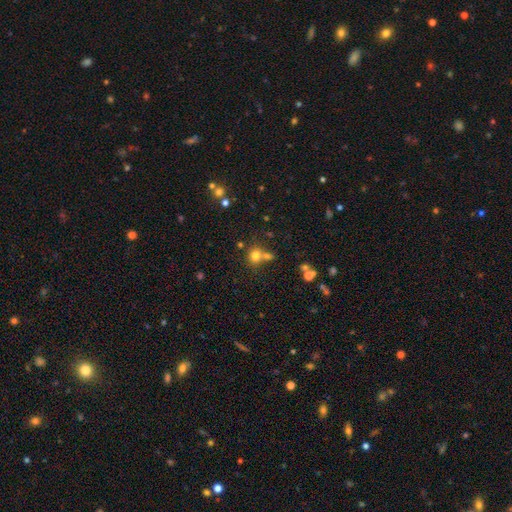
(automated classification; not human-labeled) The model was most divided on "merging": none: 52%, merger: 34%, minor disturbance: 9%, major disturbance: 4%. More confident: how rounded — round (82%); smooth or featured — smooth (74%).